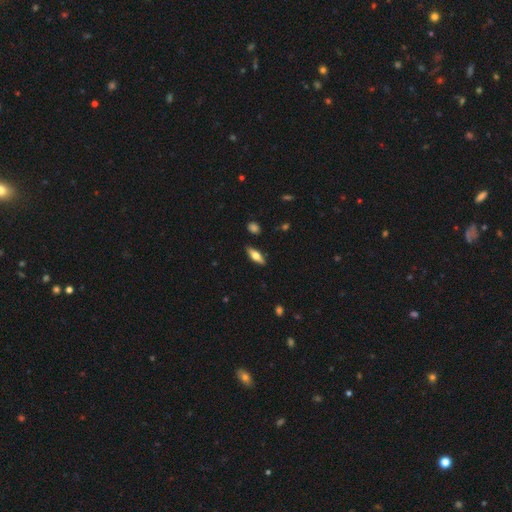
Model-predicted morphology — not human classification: Smooth or featured? smooth (53%)
How rounded? in between (58%)
Merging? none (87%)